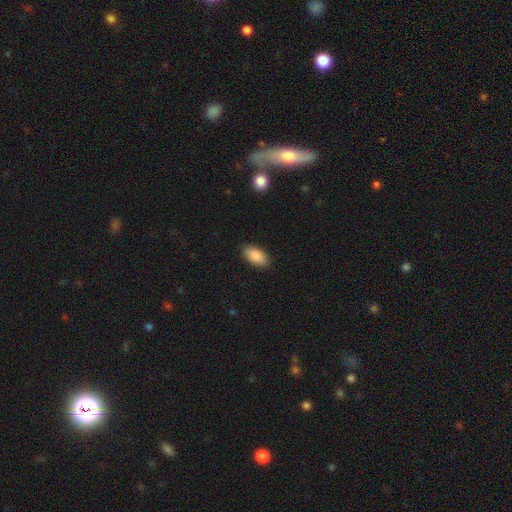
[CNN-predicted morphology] A smooth galaxy with no disk features (89%) that is in between round and cigar-shaped (93%).

Vote fractions:
- Smooth or featured? smooth: 89% / star or artifact: 7% / featured or disk: 5%
- How rounded? in between: 93% / cigar-shaped: 4% / round: 3%
- Merging? none: 89% / minor disturbance: 8% / major disturbance: 2% / merger: 1%